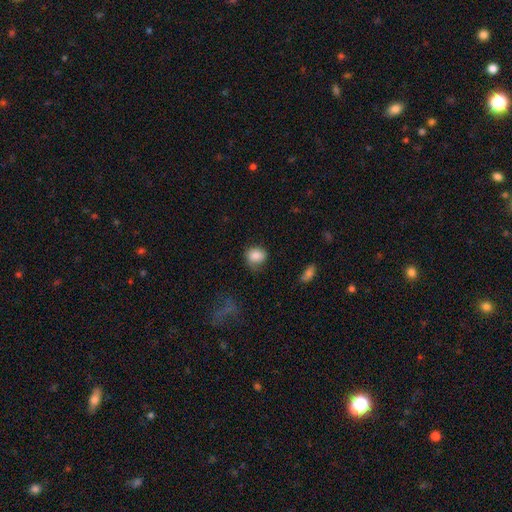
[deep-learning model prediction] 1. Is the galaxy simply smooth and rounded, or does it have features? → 84% smooth, 9% star or artifact, 8% featured or disk.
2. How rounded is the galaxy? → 68% round, 31% in between, 1% cigar-shaped.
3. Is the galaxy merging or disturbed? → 63% none, 27% minor disturbance, 8% major disturbance, 2% merger.